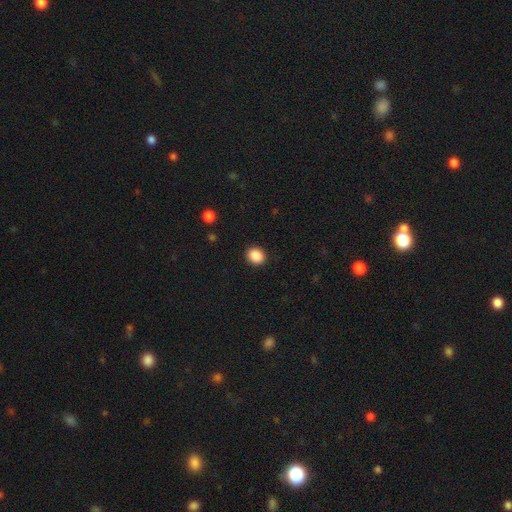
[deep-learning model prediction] This appears to be a smooth galaxy with no disk features (89%) that is round (59%). Merging: none (91%).